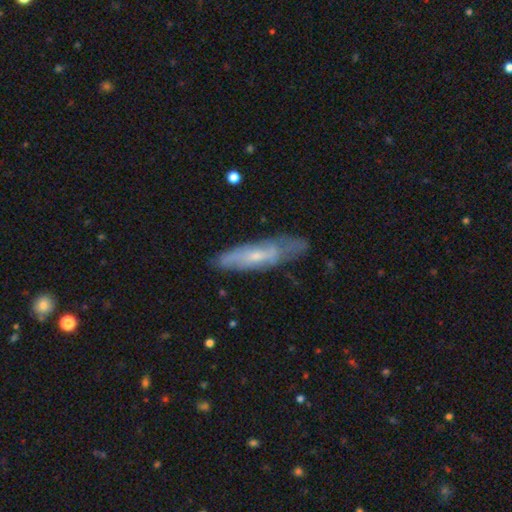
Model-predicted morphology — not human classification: type=featured or disk (54%); edge-on=no (60%); merging=none (64%).